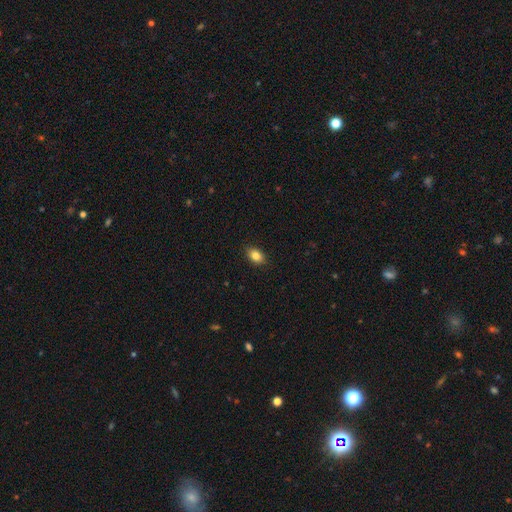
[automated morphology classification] Smooth or featured? smooth (85%)
How rounded? in between (81%)
Merging? none (89%)